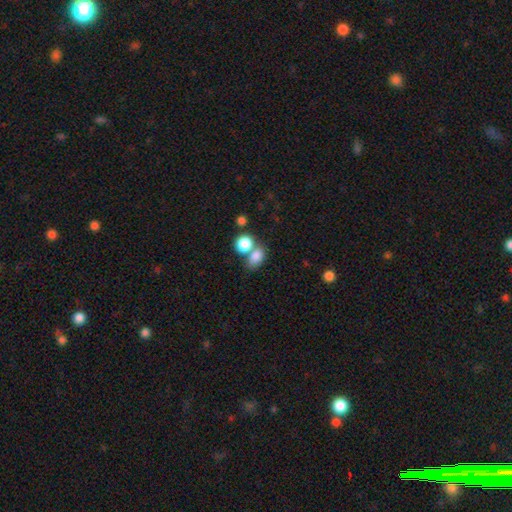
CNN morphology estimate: smooth_or_featured: smooth (p=0.81) [alt: star or artifact p=0.10]
how_rounded: in between (p=0.66) [alt: round p=0.32]
merging: merger (p=0.48) [alt: none p=0.37]